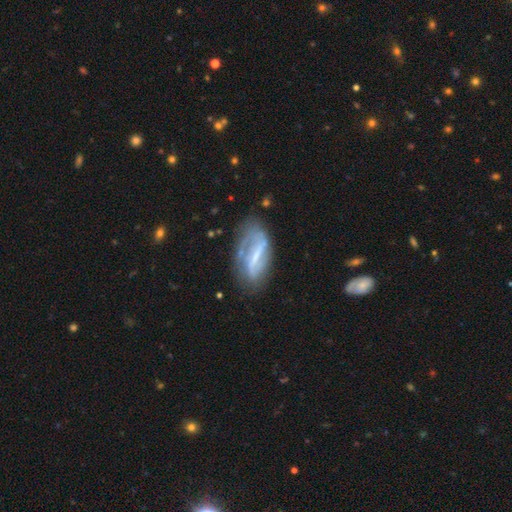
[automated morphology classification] Smooth or featured?
  - featured or disk: 71% *
  - smooth: 21%
  - star or artifact: 8%
Edge-on disk?
  - no: 89% *
  - yes: 11%
Bar?
  - strong: 59% *
  - weak: 28%
  - no: 13%
Spiral arms?
  - yes: 67% *
  - no: 33%
Bulge size?
  - small: 47% *
  - none: 27%
  - moderate: 22%
  - large: 3%
  - dominant: 1%
Merging?
  - none: 56% *
  - minor disturbance: 25%
  - major disturbance: 15%
  - merger: 4%